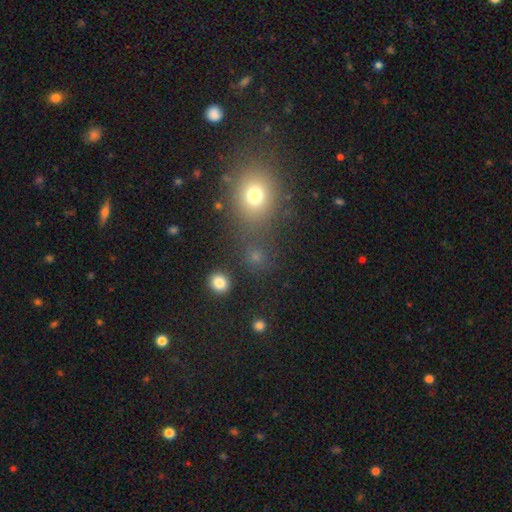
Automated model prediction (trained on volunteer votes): Q: Smooth or featured?
A: smooth (64%); runner-up: star or artifact (29%)
Q: How rounded?
A: round (82%); runner-up: in between (16%)
Q: Merging?
A: none (74%); runner-up: merger (12%)